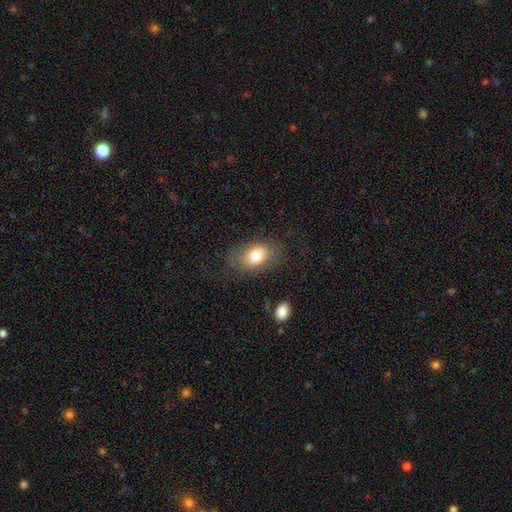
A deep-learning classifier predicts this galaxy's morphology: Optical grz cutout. It shows a smooth galaxy with no disk features (77%) that is in between round and cigar-shaped (83%). Merging: none (71%).